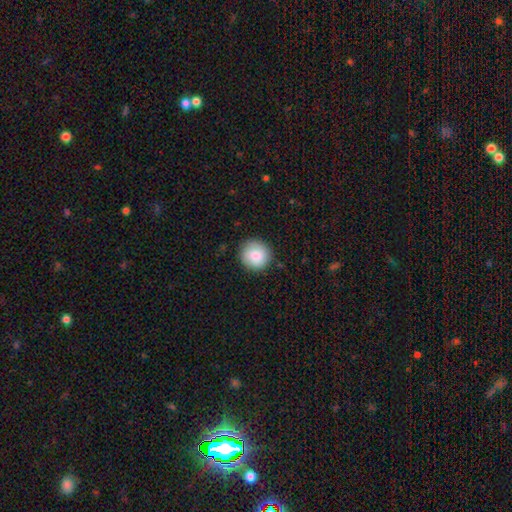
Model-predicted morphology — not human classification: smooth_or_featured: smooth (p=0.84) [alt: featured or disk p=0.08]
how_rounded: round (p=0.93) [alt: in between p=0.06]
merging: none (p=0.89) [alt: minor disturbance p=0.08]